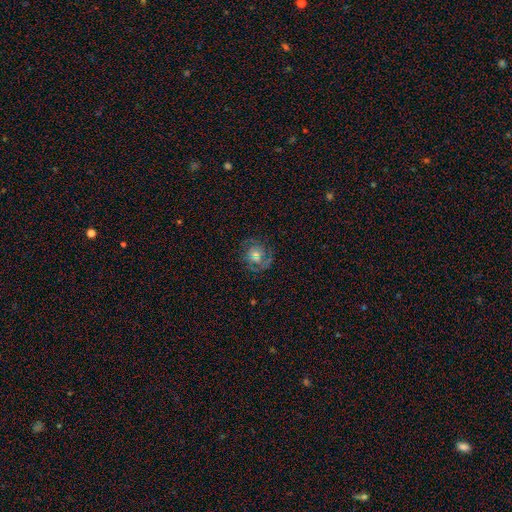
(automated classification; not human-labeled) smooth_or_featured: featured or disk (p=0.52) [alt: smooth p=0.36]
disk_edge_on: no (p=0.96) [alt: yes p=0.04]
merging: none (p=0.71) [alt: minor disturbance p=0.17]